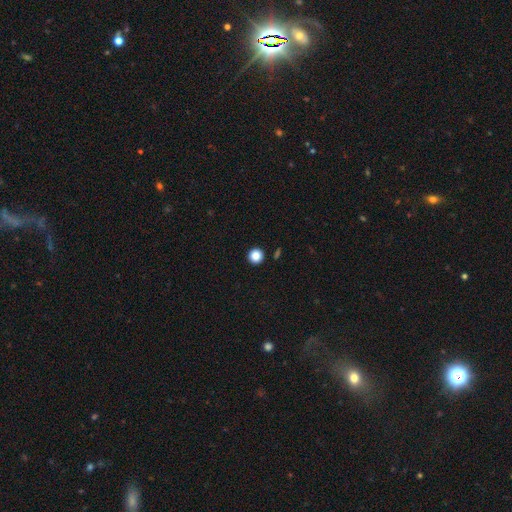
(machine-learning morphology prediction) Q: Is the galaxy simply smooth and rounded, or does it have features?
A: smooth — 87%.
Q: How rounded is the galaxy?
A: round — 96%.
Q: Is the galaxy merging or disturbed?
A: none — 92%.